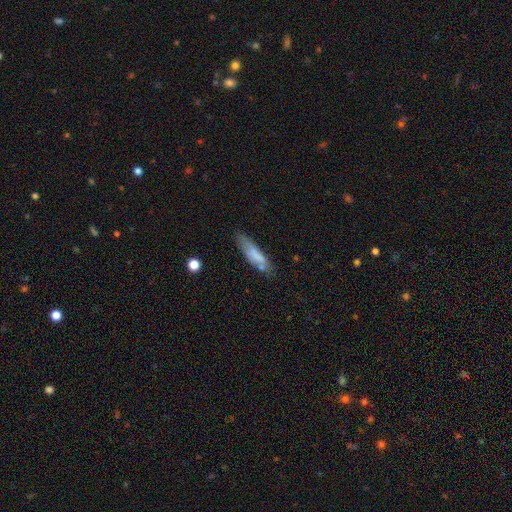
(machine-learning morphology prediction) A smooth galaxy with no disk features (69%) that is cigar-shaped (71%). Merging: none (61%).